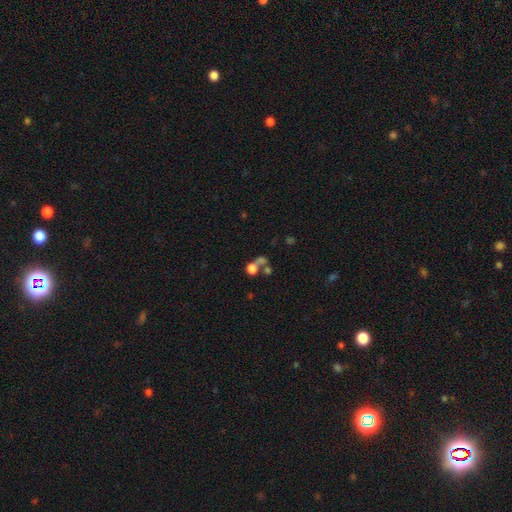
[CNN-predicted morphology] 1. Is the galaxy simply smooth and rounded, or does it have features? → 44% smooth, 36% star or artifact, 20% featured or disk.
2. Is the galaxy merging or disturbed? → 43% none, 40% merger, 9% minor disturbance, 9% major disturbance.